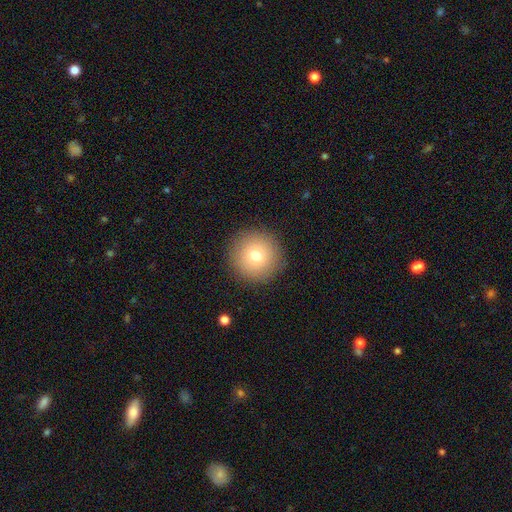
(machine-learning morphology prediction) A smooth galaxy with no disk features (76%) that is round (96%).

Vote fractions:
- Smooth or featured? smooth: 76% / featured or disk: 13% / star or artifact: 11%
- How rounded? round: 96% / in between: 3% / cigar-shaped: 1%
- Merging? none: 91% / minor disturbance: 6% / major disturbance: 2% / merger: 1%